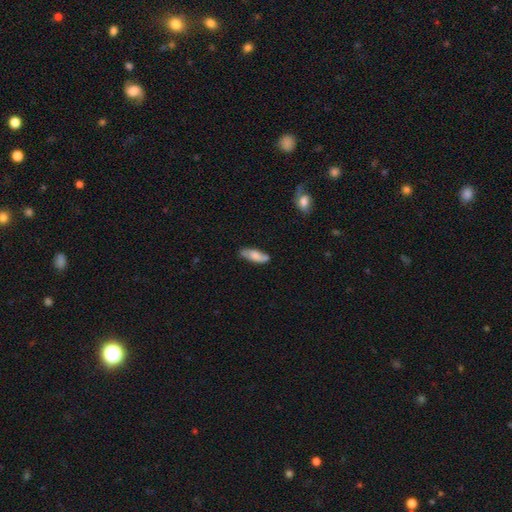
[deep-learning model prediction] This is likely a smooth galaxy (66%). How rounded: likely in between (65%). Merging: likely none (78%).